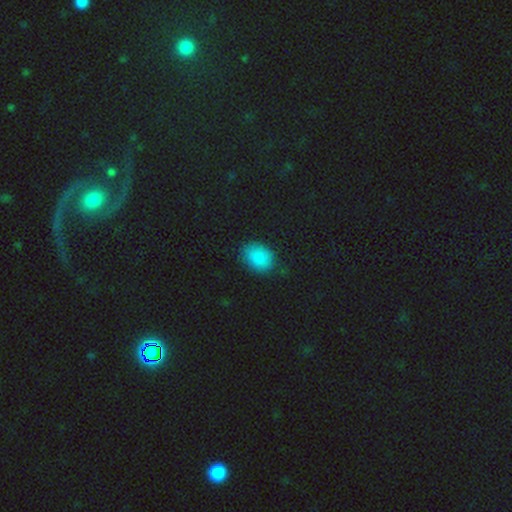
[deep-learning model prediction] smooth 85%, star or artifact 10%, featured or disk 4%. Down the decision tree: how rounded — in between (70%); merging — none (81%).